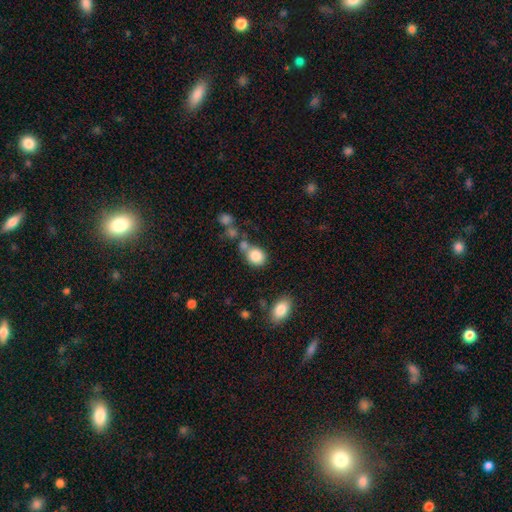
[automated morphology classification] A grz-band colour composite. It shows a smooth galaxy with no disk features (84%) that is round (65%). Merging: none (58%).